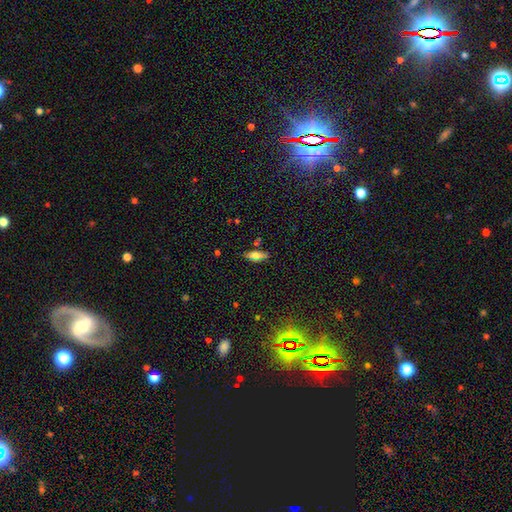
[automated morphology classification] The model was most divided on "smooth or featured": smooth: 59%, featured or disk: 32%, star or artifact: 10%. More confident: merging — none (78%); how rounded — in between (69%).